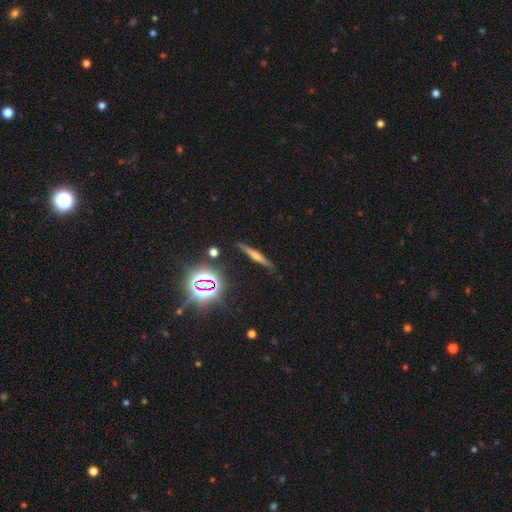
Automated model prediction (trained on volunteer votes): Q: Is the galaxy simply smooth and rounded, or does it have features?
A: featured or disk — 55%.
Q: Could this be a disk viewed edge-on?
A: yes — 96%.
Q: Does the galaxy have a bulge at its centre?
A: rounded — 76%.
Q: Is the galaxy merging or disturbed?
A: none — 89%.